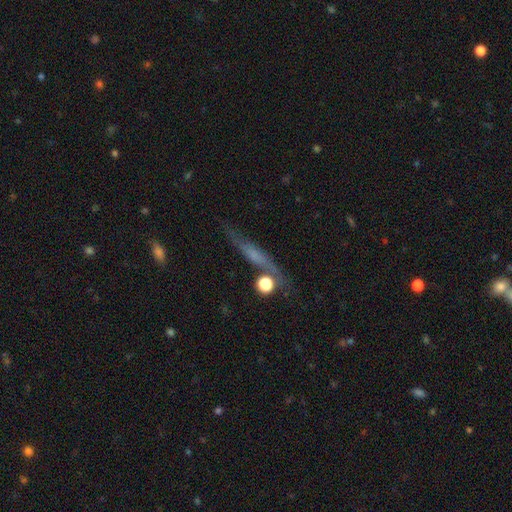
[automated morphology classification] This appears to be a featured or disk galaxy (56%) viewed edge-on (78%). Merging: none (70%).